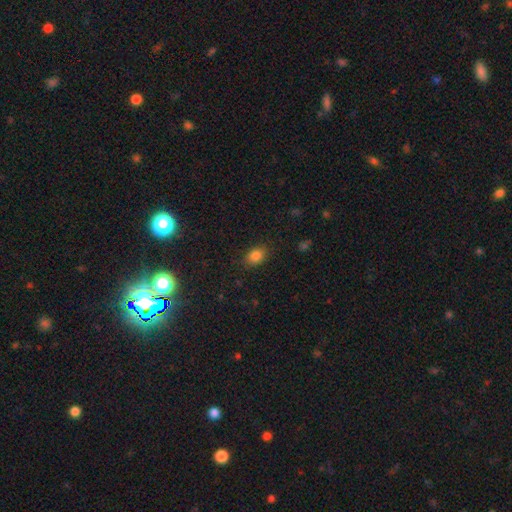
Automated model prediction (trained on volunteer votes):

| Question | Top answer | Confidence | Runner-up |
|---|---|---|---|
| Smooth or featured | smooth | 84% | star or artifact (11%) |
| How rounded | in between | 66% | round (33%) |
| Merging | none | 83% | minor disturbance (12%) |